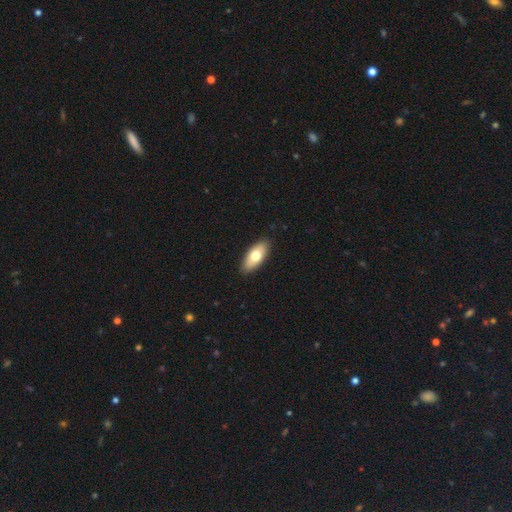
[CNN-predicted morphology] This is likely a smooth galaxy (71%). How rounded: clearly in between (86%). Merging: clearly none (89%).